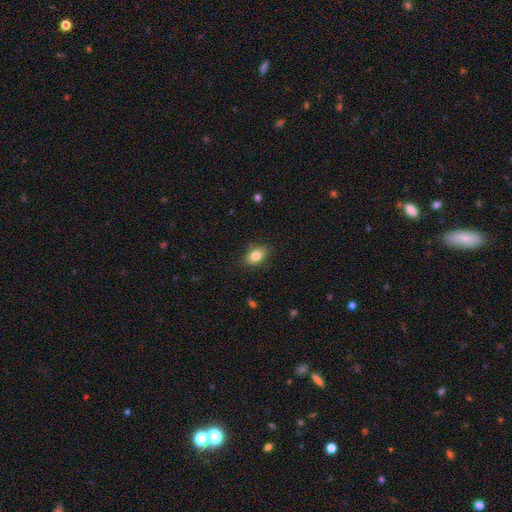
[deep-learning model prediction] smooth 83%, featured or disk 9%, star or artifact 9%. Down the decision tree: how rounded — in between (83%); merging — none (84%).